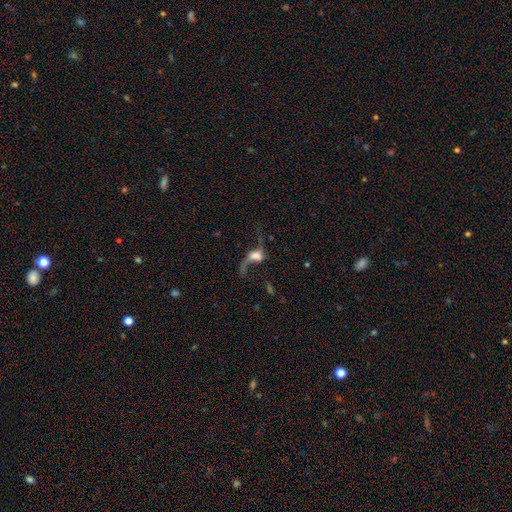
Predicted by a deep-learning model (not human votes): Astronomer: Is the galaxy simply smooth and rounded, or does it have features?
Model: featured or disk — 68%.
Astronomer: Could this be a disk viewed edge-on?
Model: no — 90%.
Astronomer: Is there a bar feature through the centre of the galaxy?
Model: no — 58%.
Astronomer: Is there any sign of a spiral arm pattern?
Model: yes — 86%.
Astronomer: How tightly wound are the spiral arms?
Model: loose — 93%.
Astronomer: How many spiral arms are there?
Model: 2 — 77%.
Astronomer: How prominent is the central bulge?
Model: large — 34% (runner-up: moderate, 23%).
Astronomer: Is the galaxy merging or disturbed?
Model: none — 40% (runner-up: major disturbance, 37%).